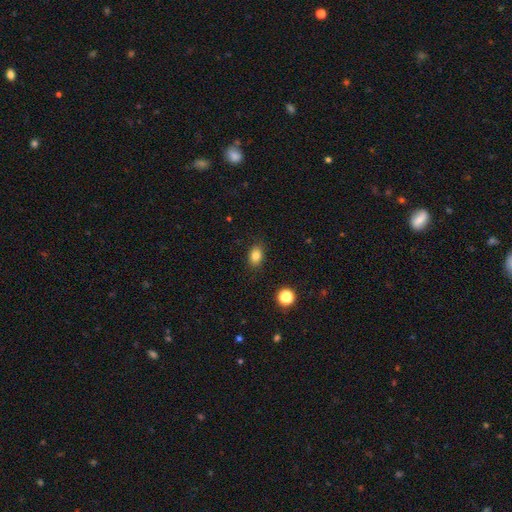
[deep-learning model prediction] Smooth or featured? smooth (83%)
How rounded? in between (72%)
Merging? none (87%)